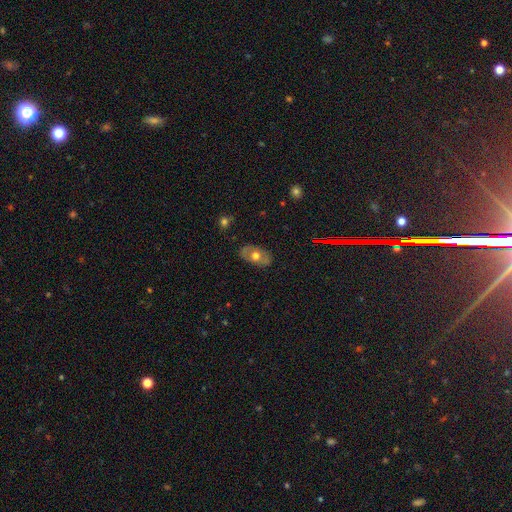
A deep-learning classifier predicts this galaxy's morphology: A smooth galaxy with no disk features (47%). Merging: none (78%).